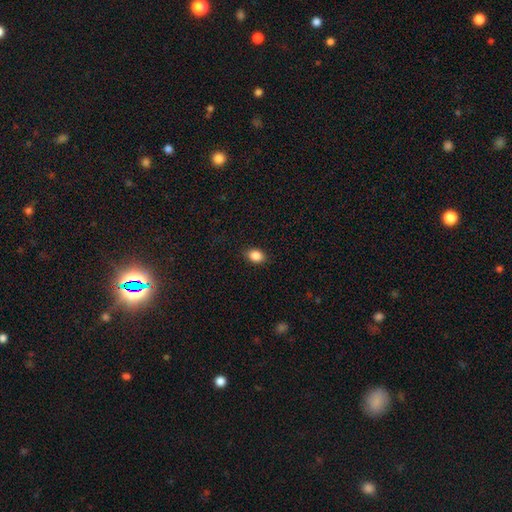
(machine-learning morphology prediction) This appears to be a smooth galaxy with no disk features (87%) that is in between round and cigar-shaped (72%). Merging: none (88%).